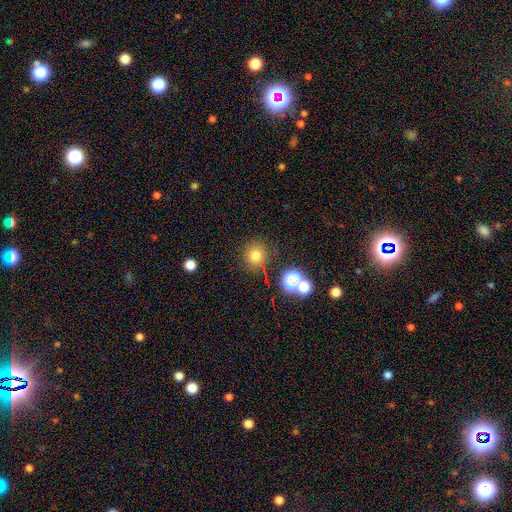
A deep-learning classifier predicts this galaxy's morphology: This is likely a smooth galaxy (73%). How rounded: clearly round (92%). Merging: clearly none (81%).